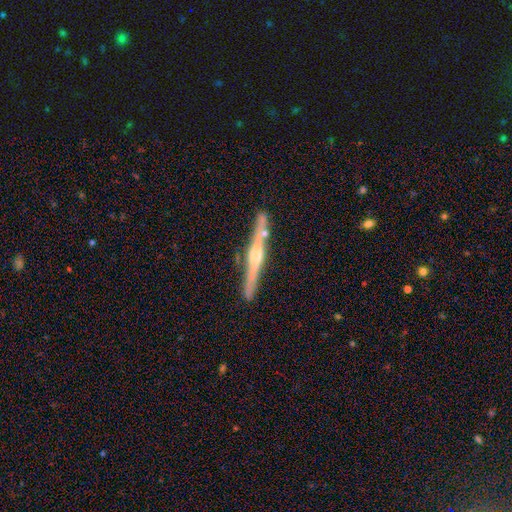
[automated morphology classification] Q: Smooth or featured?
A: featured or disk (74%); runner-up: smooth (21%)
Q: Edge-on disk?
A: yes (97%); runner-up: no (3%)
Q: Edge-on bulge?
A: rounded (82%); runner-up: none (10%)
Q: Merging?
A: none (82%); runner-up: minor disturbance (11%)